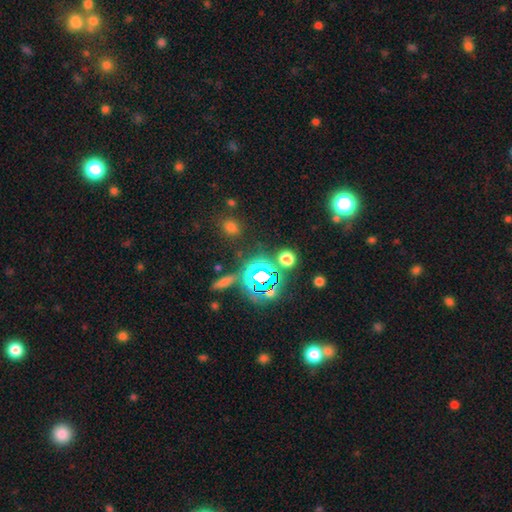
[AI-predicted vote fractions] The model was most divided on "smooth or featured": star or artifact: 74%, smooth: 18%, featured or disk: 8%.